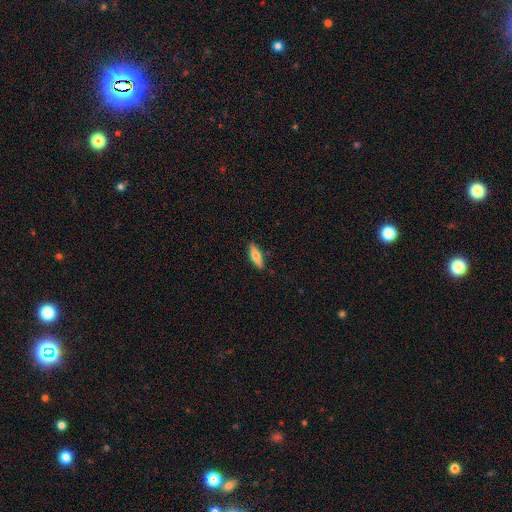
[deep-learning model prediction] A smooth galaxy with no disk features (61%) that is cigar-shaped (55%). Merging: none (87%).